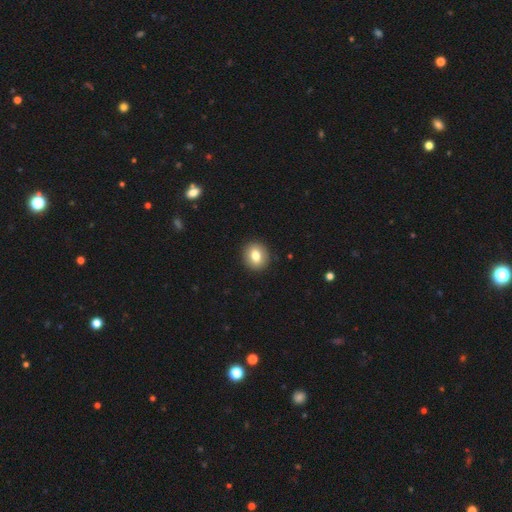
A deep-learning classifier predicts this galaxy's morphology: smooth_or_featured: smooth (p=0.78) [alt: featured or disk p=0.13]
how_rounded: round (p=0.77) [alt: in between p=0.22]
merging: none (p=0.91) [alt: minor disturbance p=0.06]